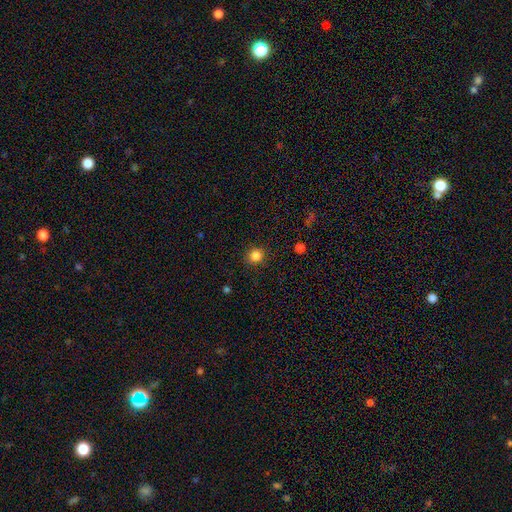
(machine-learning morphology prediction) Smooth or featured? Predicted: smooth (p=0.85). How rounded? Predicted: round (p=0.89). Merging? Predicted: none (p=0.88).